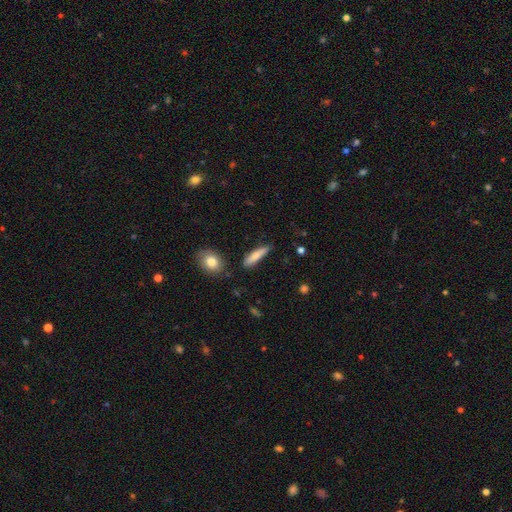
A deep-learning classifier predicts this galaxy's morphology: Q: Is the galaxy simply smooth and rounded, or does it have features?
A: smooth — 71%.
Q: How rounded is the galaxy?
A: cigar-shaped — 76%.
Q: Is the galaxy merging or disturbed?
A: none — 80%.